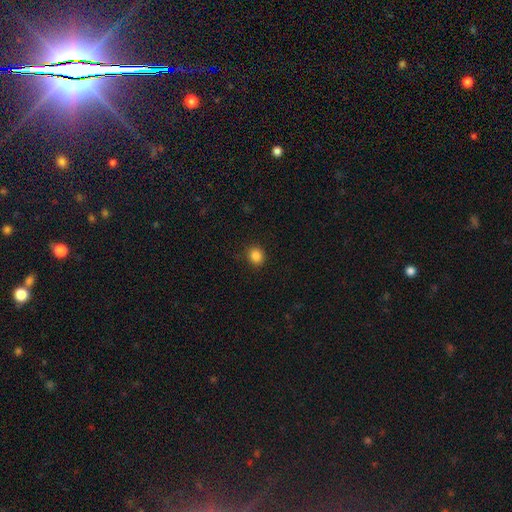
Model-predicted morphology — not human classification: smooth 86%, star or artifact 11%, featured or disk 3%. Down the decision tree: how rounded — round (81%); merging — none (90%).